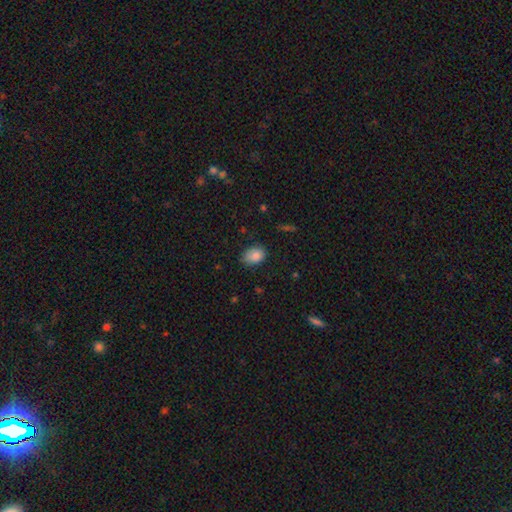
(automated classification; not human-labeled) The model was most divided on "merging": none: 72%, minor disturbance: 23%, major disturbance: 4%, merger: 1%. More confident: smooth or featured — smooth (84%); how rounded — in between (77%).